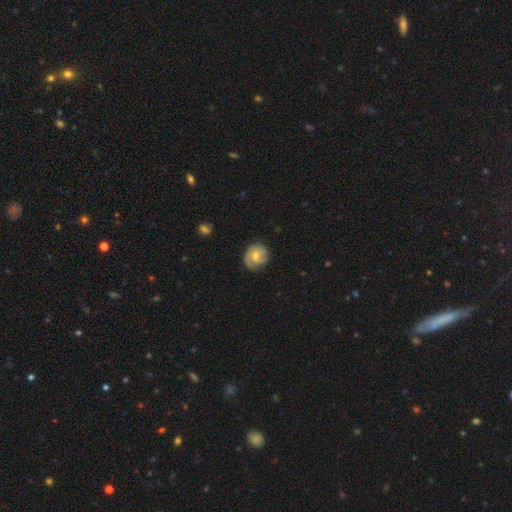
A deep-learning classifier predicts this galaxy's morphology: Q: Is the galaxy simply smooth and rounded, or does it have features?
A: featured or disk — 54%.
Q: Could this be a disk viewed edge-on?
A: no — 97%.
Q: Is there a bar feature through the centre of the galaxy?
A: no — 60%.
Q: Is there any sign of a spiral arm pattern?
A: yes — 88%.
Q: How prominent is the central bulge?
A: moderate — 53%.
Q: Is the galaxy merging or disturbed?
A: none — 71%.